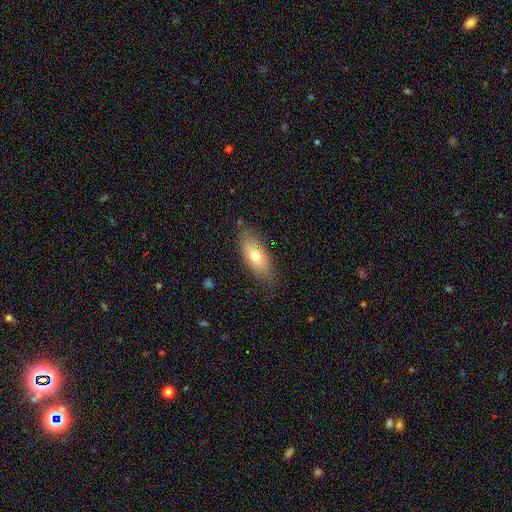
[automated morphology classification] Smooth or featured? smooth (67%)
How rounded? in between (78%)
Merging? none (75%)